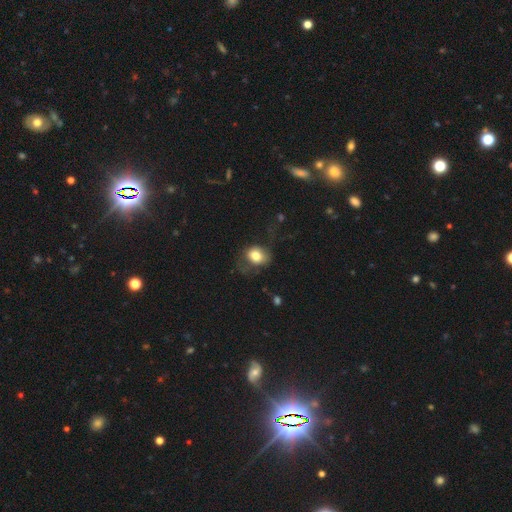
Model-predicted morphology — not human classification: A smooth galaxy with no disk features (77%) that is round (51%). Merging: none (49%).